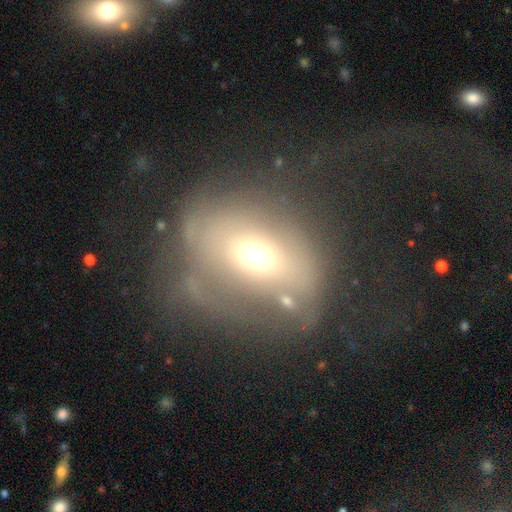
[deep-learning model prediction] This appears to be a smooth galaxy with no disk features (46%). Merging: none (35%, tied with major disturbance).